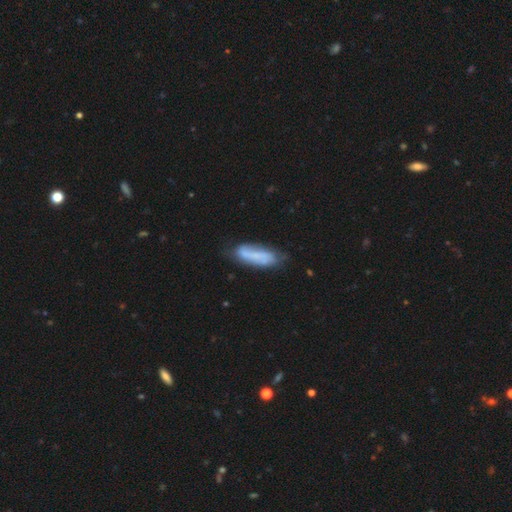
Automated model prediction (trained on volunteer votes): Overall: smooth (54%; featured or disk 39%). How rounded: in between (51%; cigar-shaped 47%). Merging: none (62%; minor disturbance 26%).